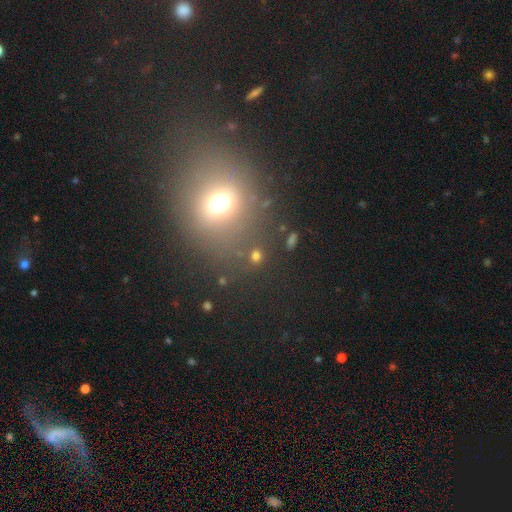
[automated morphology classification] This appears to be a smooth galaxy with no disk features (53%) that is round (74%). Merging: none (75%).